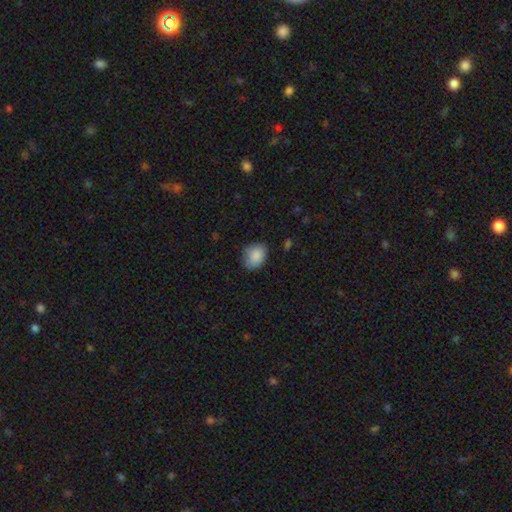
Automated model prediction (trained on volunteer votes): Q: Smooth or featured?
A: smooth (87%); runner-up: star or artifact (7%)
Q: How rounded?
A: in between (60%); runner-up: round (39%)
Q: Merging?
A: none (72%); runner-up: minor disturbance (22%)